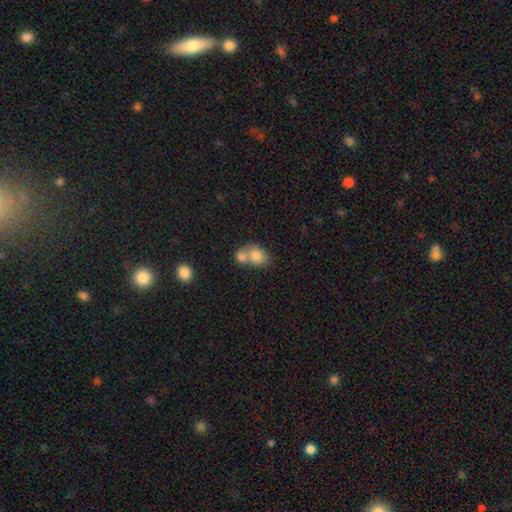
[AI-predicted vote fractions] smooth 80%, featured or disk 12%, star or artifact 8%. Down the decision tree: how rounded — in between (61%); merging — merger (61%).